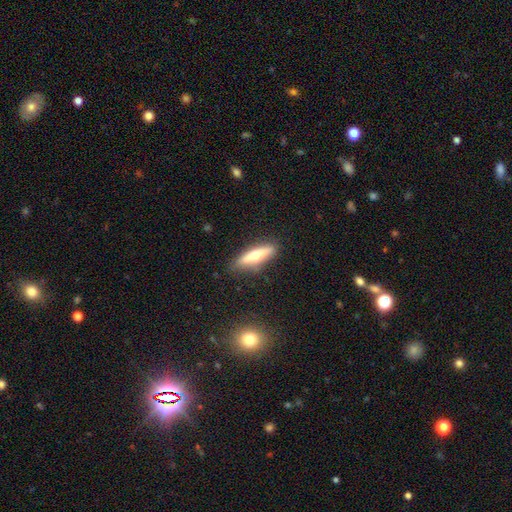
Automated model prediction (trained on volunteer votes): Overall: smooth (49%; featured or disk 44%). Merging: none (86%).